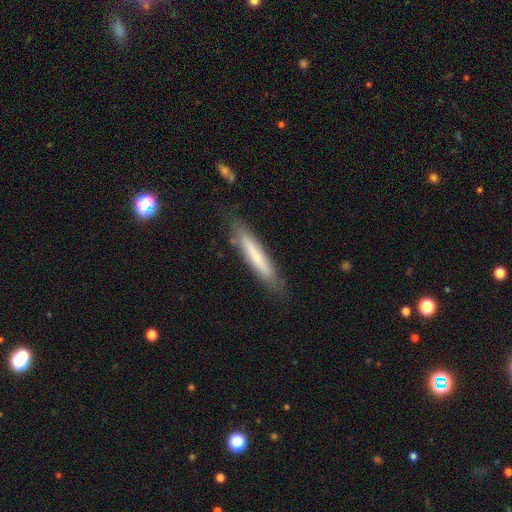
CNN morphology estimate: A smooth galaxy with no disk features (66%) that is cigar-shaped (92%).

Vote fractions:
- Smooth or featured? smooth: 66% / featured or disk: 28% / star or artifact: 6%
- How rounded? cigar-shaped: 92% / in between: 6% / round: 1%
- Merging? none: 81% / minor disturbance: 14% / major disturbance: 3% / merger: 2%